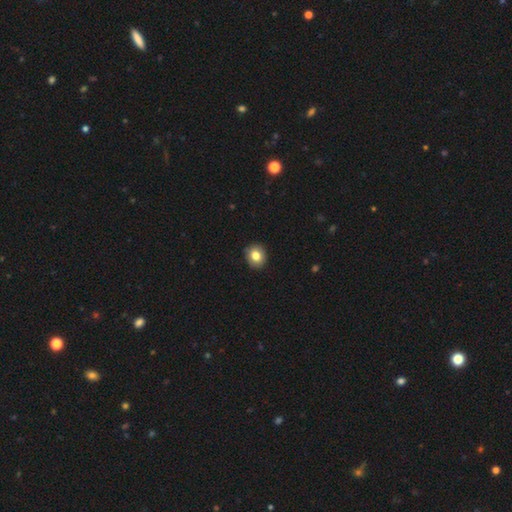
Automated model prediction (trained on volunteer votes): This appears to be a smooth galaxy with no disk features (82%) that is round (73%). Merging: none (89%).